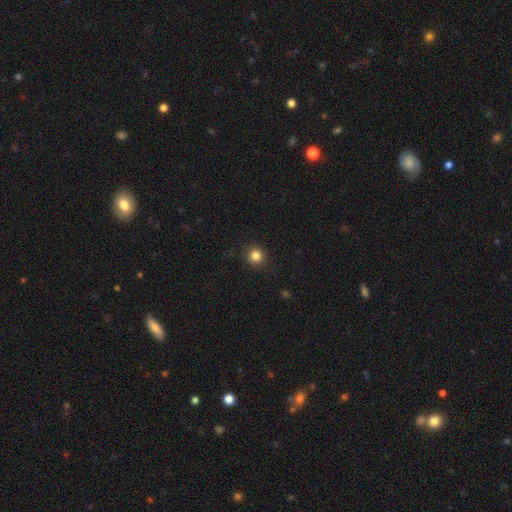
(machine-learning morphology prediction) Smooth or featured? Predicted: smooth (p=0.84). How rounded? Predicted: round (p=0.93). Merging? Predicted: none (p=0.91).